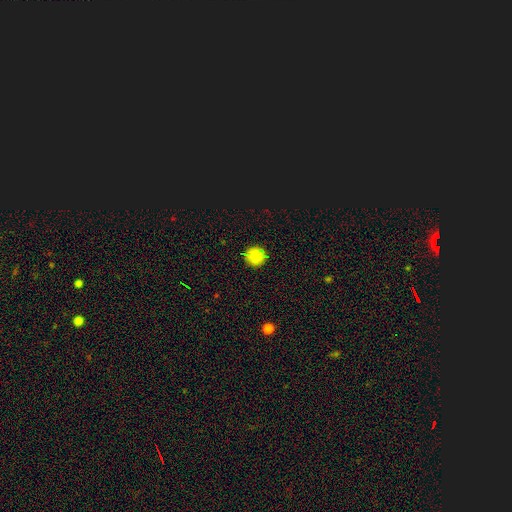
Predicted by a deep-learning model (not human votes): This appears to be a smooth galaxy with no disk features (76%) that is round (94%). Merging: none (87%).